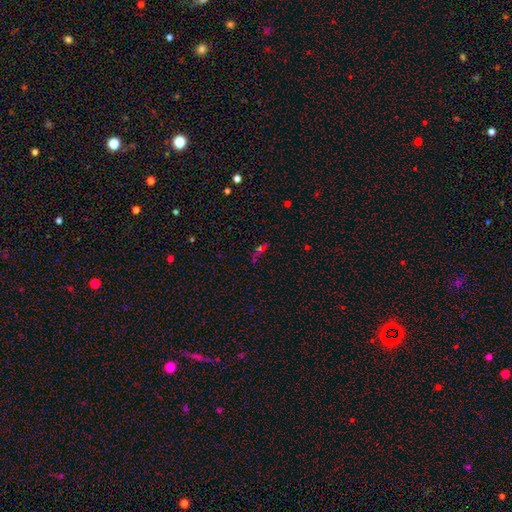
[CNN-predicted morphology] star or artifact 44%, smooth 35%, featured or disk 21%.